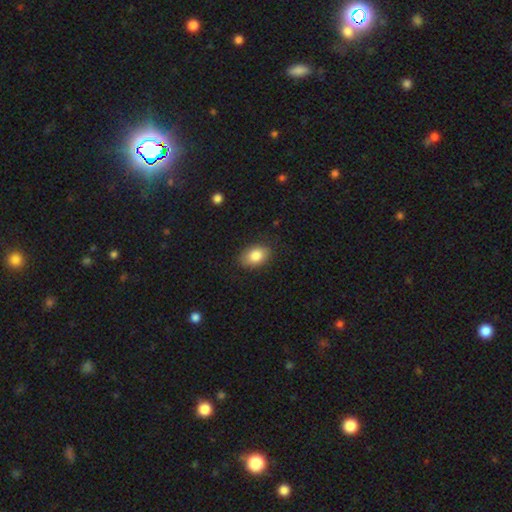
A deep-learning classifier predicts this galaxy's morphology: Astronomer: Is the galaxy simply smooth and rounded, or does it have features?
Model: smooth — 85%.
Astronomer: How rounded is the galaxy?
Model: in between — 85%.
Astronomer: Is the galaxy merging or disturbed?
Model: none — 84%.